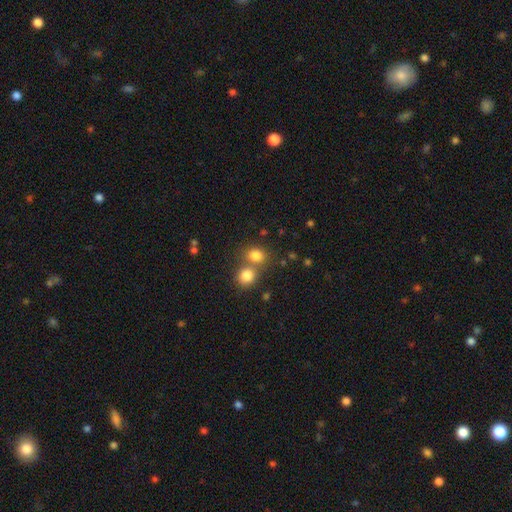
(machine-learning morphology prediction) This is clearly a smooth galaxy (81%). How rounded: likely round (61%). Merging: possibly none (48%).